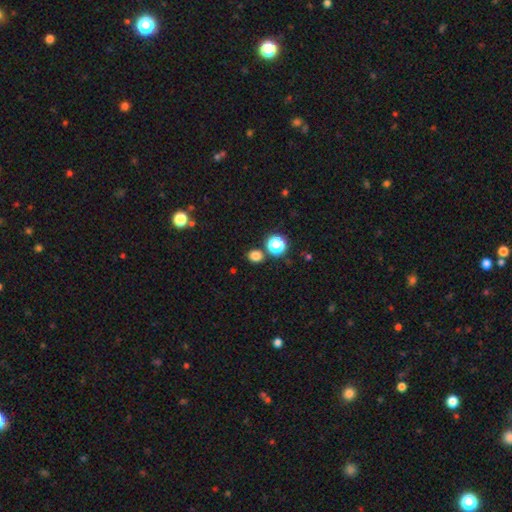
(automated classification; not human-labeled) The model was most divided on "how rounded": round: 74%, in between: 25%, cigar-shaped: 1%. More confident: merging — none (82%); smooth or featured — smooth (78%).